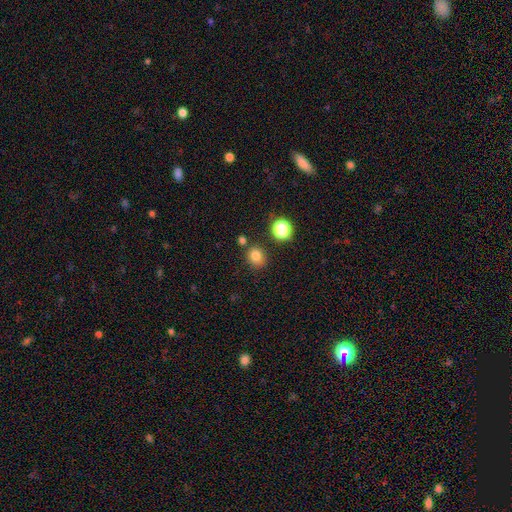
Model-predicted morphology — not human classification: smooth_or_featured: smooth (p=0.79) [alt: star or artifact p=0.15]
how_rounded: round (p=0.72) [alt: in between p=0.27]
merging: none (p=0.78) [alt: minor disturbance p=0.11]